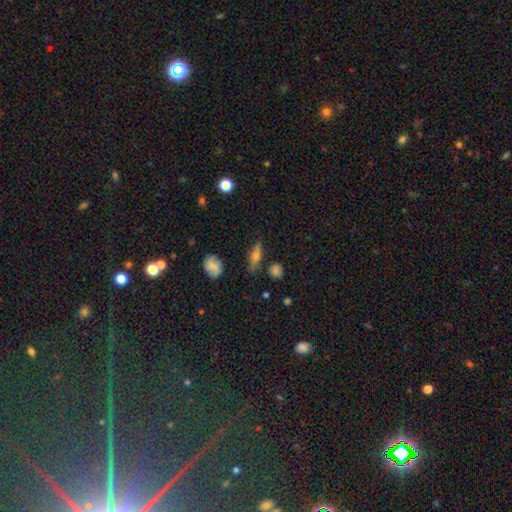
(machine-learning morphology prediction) This is possibly a smooth galaxy (50%). Merging: likely none (76%).